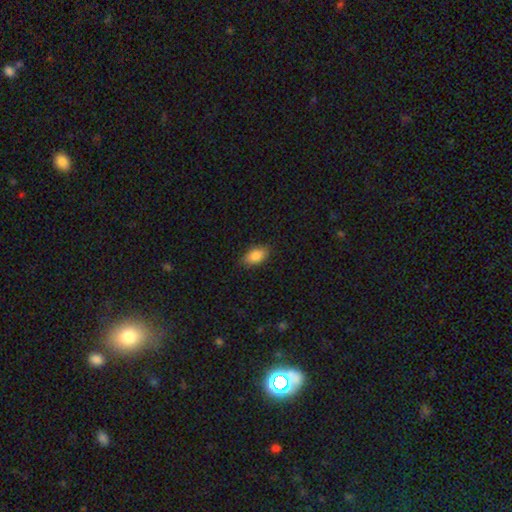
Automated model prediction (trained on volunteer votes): A smooth galaxy with no disk features (86%) that is in between round and cigar-shaped (91%). Merging: none (84%).